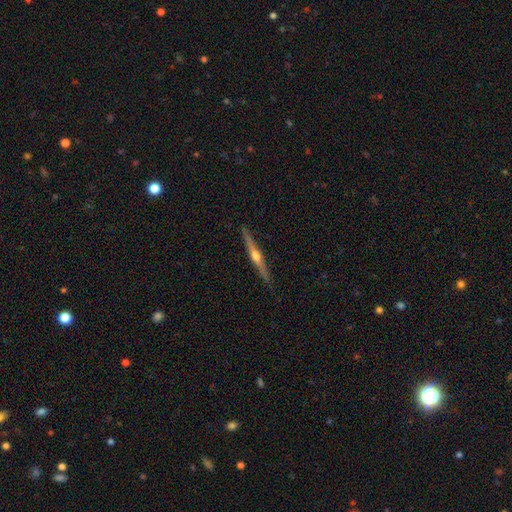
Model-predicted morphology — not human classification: Smooth or featured? Predicted: featured or disk (p=0.78). Edge-on disk? Predicted: yes (p=0.98). Edge-on bulge? Predicted: rounded (p=0.93). Merging? Predicted: none (p=0.90).